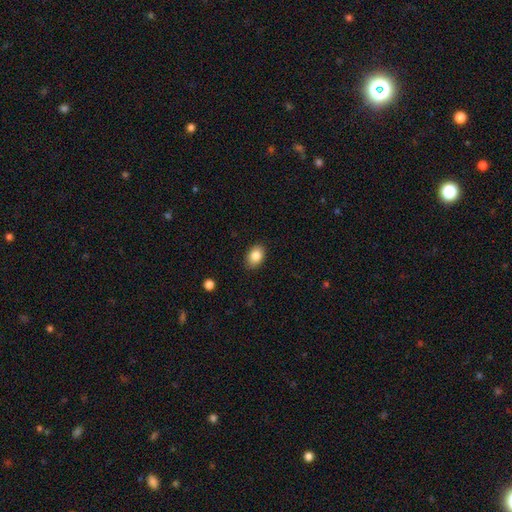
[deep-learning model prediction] smooth_or_featured: smooth (p=0.85) [alt: star or artifact p=0.08]
how_rounded: in between (p=0.78) [alt: round p=0.21]
merging: none (p=0.88) [alt: minor disturbance p=0.09]